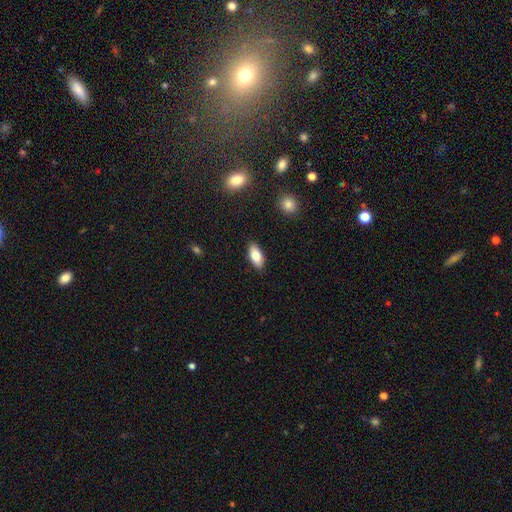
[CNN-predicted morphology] Overall: smooth (78%). How rounded: in between (89%). Merging: none (88%).